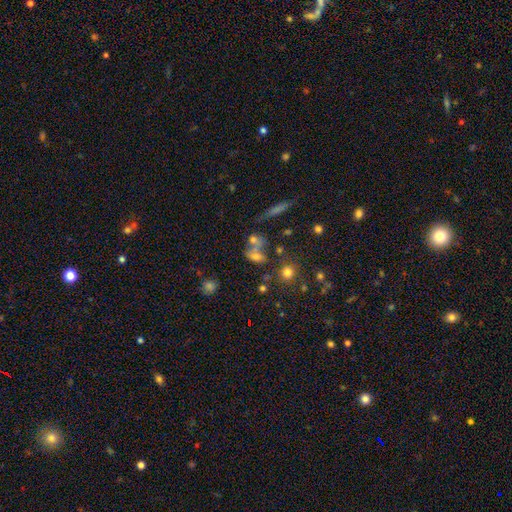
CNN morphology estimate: Overall: smooth (61%). How rounded: in between (62%; round 30%). Merging: merger (43%; none 34%).